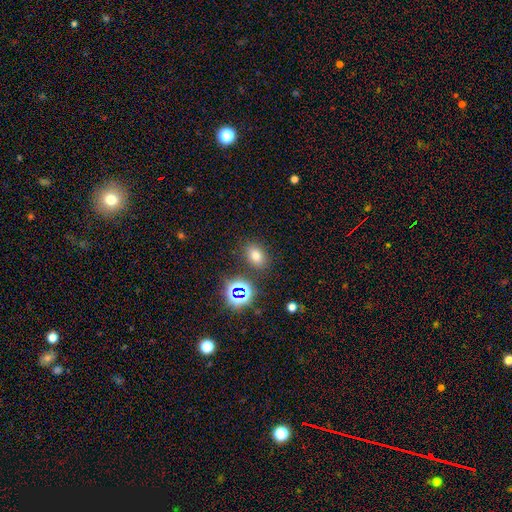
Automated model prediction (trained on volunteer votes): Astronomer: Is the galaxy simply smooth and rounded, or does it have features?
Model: smooth — 70%.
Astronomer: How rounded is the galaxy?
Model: in between — 70%.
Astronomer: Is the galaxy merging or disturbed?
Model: none — 83%.